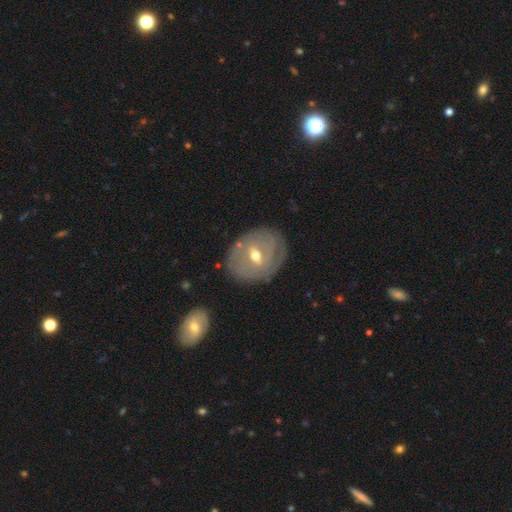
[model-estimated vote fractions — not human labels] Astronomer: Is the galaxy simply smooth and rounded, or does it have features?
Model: featured or disk — 68%.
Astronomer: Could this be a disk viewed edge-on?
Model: no — 94%.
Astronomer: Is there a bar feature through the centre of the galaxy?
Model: weak — 53%.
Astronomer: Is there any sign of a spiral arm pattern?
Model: no — 52% (runner-up: yes, 48%).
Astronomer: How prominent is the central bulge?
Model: moderate — 70%.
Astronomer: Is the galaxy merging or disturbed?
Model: none — 76%.